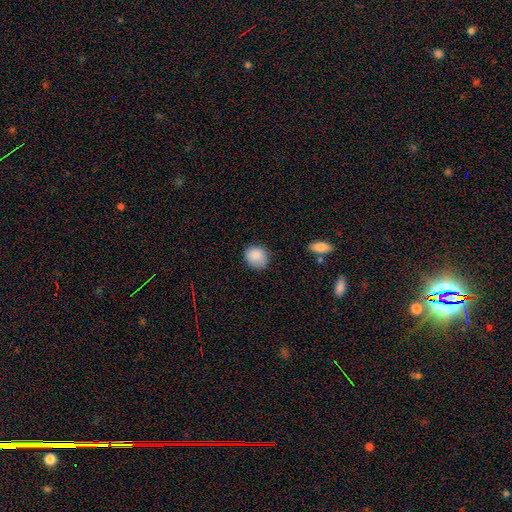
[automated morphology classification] Smooth or featured? smooth (87%)
How rounded? round (69%)
Merging? none (80%)